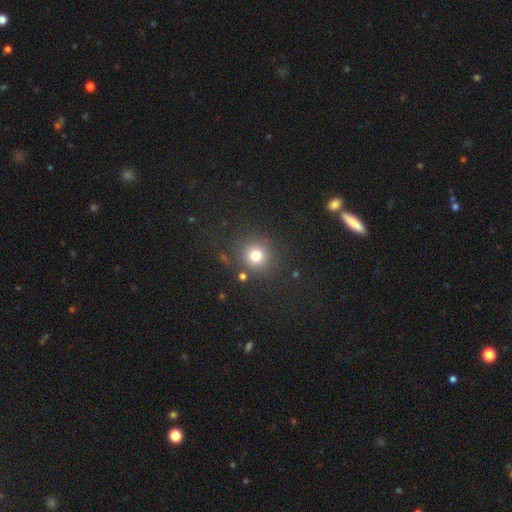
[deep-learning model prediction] The model was most divided on "smooth or featured": smooth: 78%, star or artifact: 15%, featured or disk: 7%. More confident: how rounded — round (91%); merging — none (84%).